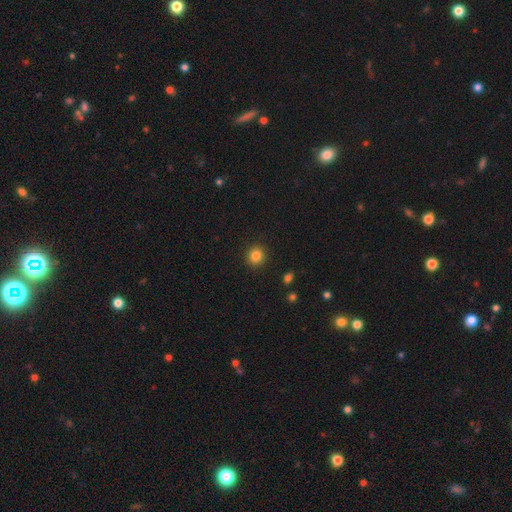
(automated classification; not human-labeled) Smooth or featured: smooth — 84% (star or artifact — 11%)
How rounded: round — 89% (in between — 11%)
Merging: none — 91% (minor disturbance — 6%)